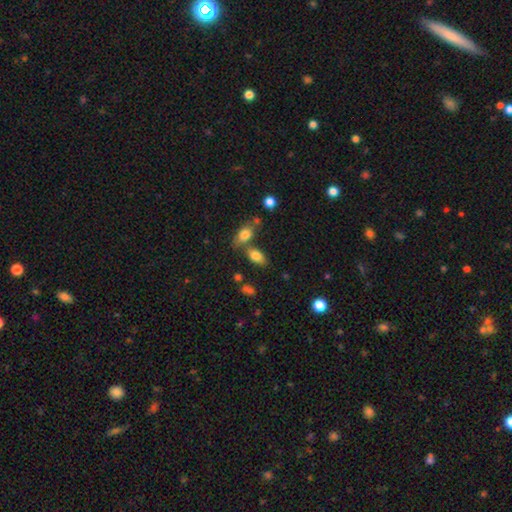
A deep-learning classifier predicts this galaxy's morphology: The model was most divided on "merging": none: 58%, merger: 26%, minor disturbance: 12%, major disturbance: 4%. More confident: how rounded — in between (89%); smooth or featured — smooth (81%).